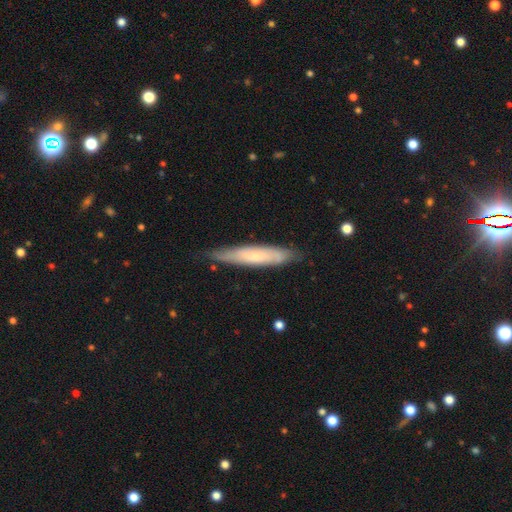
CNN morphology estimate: Smooth or featured?
  - smooth: 53% *
  - featured or disk: 41%
  - star or artifact: 6%
How rounded?
  - cigar-shaped: 87% *
  - in between: 11%
  - round: 1%
Merging?
  - none: 77% *
  - minor disturbance: 18%
  - major disturbance: 3%
  - merger: 1%